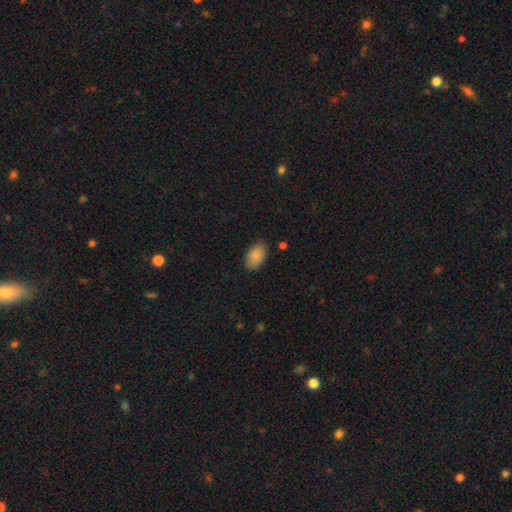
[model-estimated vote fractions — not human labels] Q: Smooth or featured?
A: smooth (88%); runner-up: star or artifact (7%)
Q: How rounded?
A: in between (93%); runner-up: round (6%)
Q: Merging?
A: none (84%); runner-up: minor disturbance (12%)